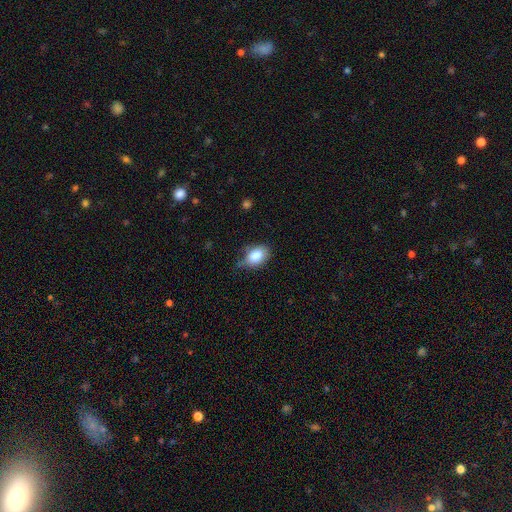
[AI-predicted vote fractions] Smooth or featured?
  - smooth: 83% *
  - featured or disk: 9%
  - star or artifact: 8%
How rounded?
  - in between: 81% *
  - round: 18%
  - cigar-shaped: 2%
Merging?
  - none: 51% *
  - minor disturbance: 38%
  - major disturbance: 9%
  - merger: 2%